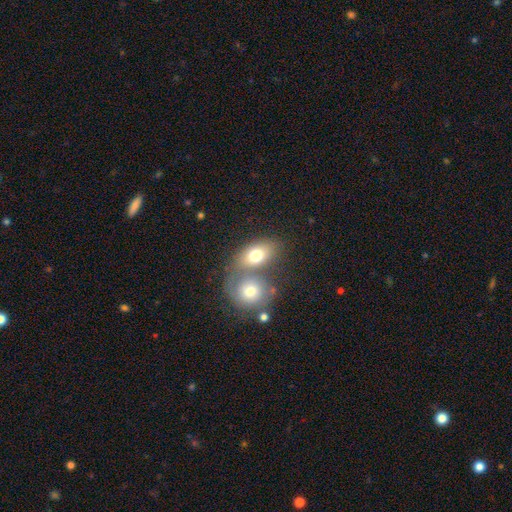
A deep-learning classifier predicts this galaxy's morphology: The model was most divided on "merging": merger: 53%, none: 33%, minor disturbance: 9%, major disturbance: 5%. More confident: smooth or featured — smooth (72%); how rounded — in between (70%).